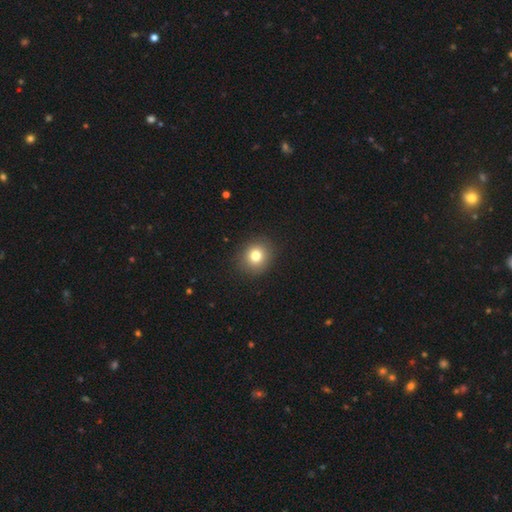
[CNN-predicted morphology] smooth_or_featured: smooth (p=0.79) [alt: star or artifact p=0.12]
how_rounded: round (p=0.82) [alt: in between p=0.17]
merging: none (p=0.90) [alt: minor disturbance p=0.07]